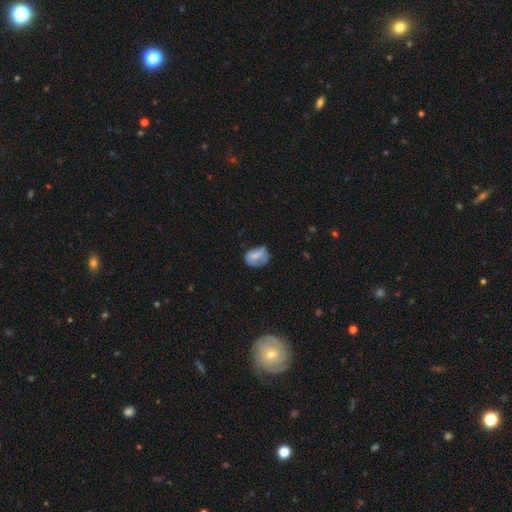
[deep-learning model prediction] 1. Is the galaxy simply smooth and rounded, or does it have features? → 69% smooth, 22% featured or disk, 9% star or artifact.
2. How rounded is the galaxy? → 63% in between, 36% round, 2% cigar-shaped.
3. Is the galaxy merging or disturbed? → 47% none, 33% minor disturbance, 18% major disturbance, 3% merger.